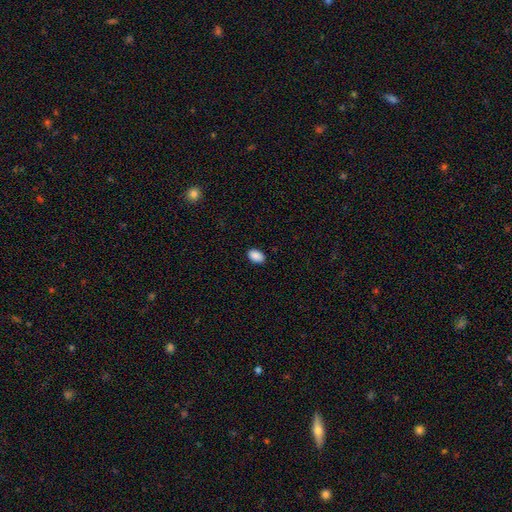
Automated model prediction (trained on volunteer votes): Smooth or featured: smooth — 90% (star or artifact — 8%)
How rounded: in between — 88% (round — 11%)
Merging: none — 89% (minor disturbance — 9%)